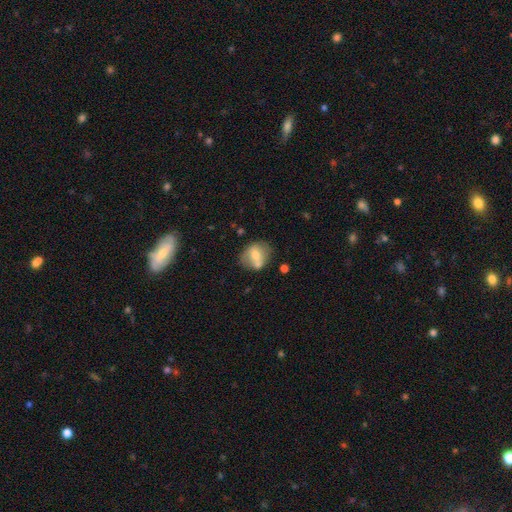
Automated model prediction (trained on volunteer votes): Smooth or featured? smooth (58%)
How rounded? round (63%)
Merging? none (58%)